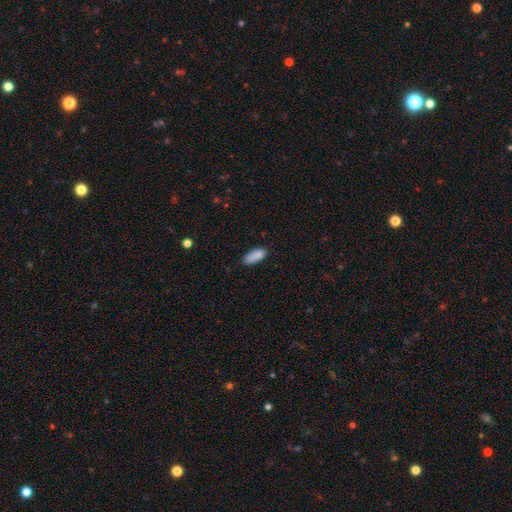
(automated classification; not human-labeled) Smooth or featured? Predicted: smooth (p=0.86). How rounded? Predicted: in between (p=0.83). Merging? Predicted: none (p=0.71).